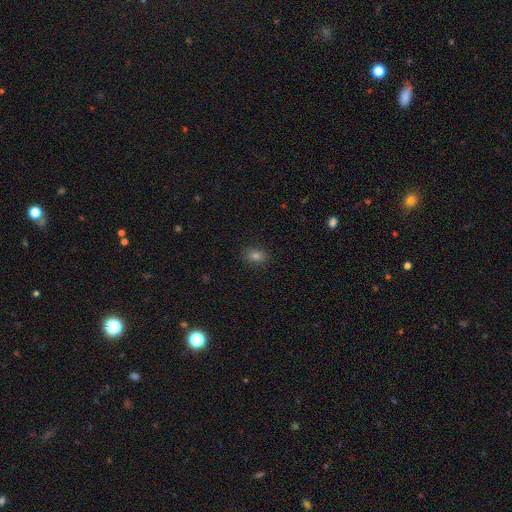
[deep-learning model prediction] Overall: smooth (77%). How rounded: in between (75%). Merging: none (88%).